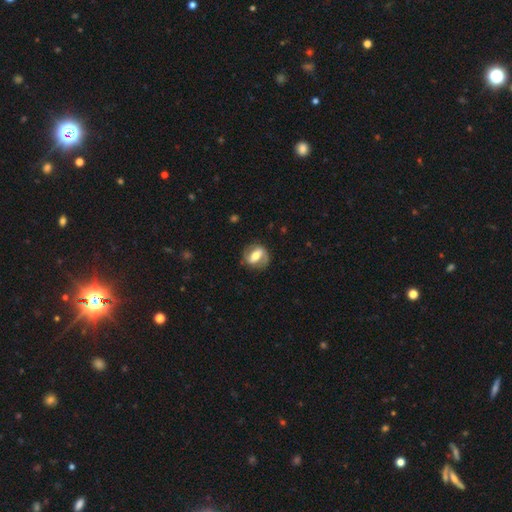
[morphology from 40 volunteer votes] This is likely a featured or disk galaxy (75%). It is clearly not viewed edge-on (93%). Bar: likely strong (64%). Spiral arm pattern: likely yes (71%). Spiral arm count: clearly 2 (90%). Spiral winding: possibly medium (50%). Central bulge: likely moderate (71%). Merging: likely none (74%).